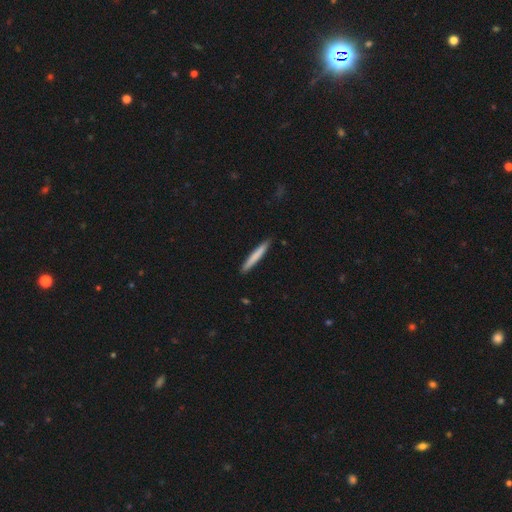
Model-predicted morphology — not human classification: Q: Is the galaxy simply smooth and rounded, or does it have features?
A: smooth — 75%.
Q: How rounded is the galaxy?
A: cigar-shaped — 96%.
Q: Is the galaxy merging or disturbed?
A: none — 90%.